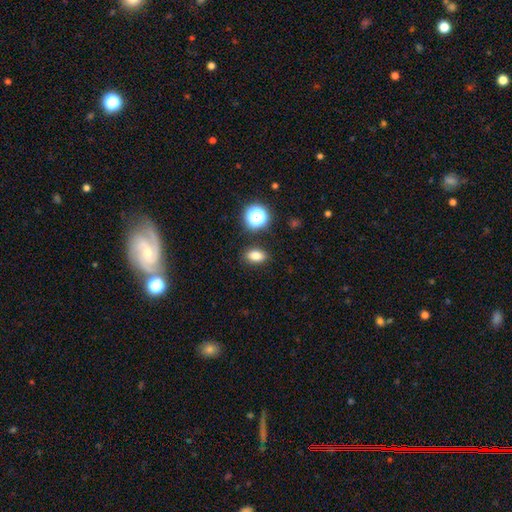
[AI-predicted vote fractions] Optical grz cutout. It shows a smooth galaxy with no disk features (79%) that is in between round and cigar-shaped (79%). Merging: none (86%).